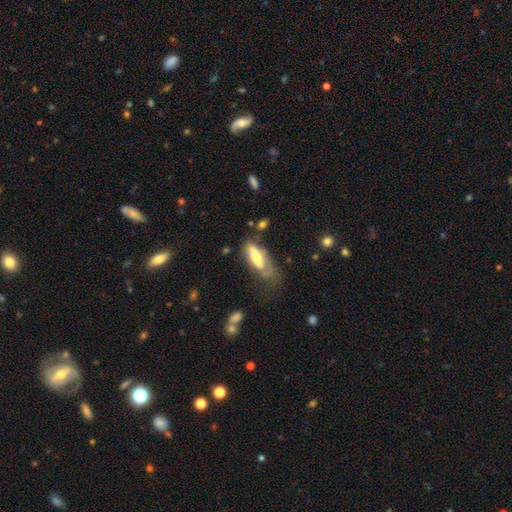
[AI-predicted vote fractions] Smooth or featured? Predicted: smooth (p=0.63). How rounded? Predicted: in between (p=0.65). Merging? Predicted: major disturbance (p=0.34).